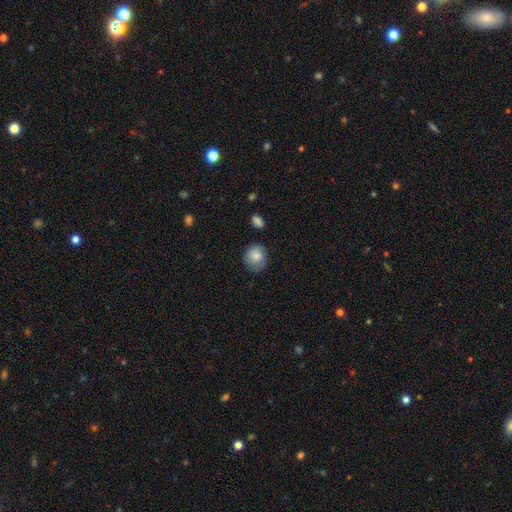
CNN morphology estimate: Smooth or featured?
  - smooth: 84% *
  - star or artifact: 8%
  - featured or disk: 8%
How rounded?
  - round: 75% *
  - in between: 24%
  - cigar-shaped: 1%
Merging?
  - none: 73% *
  - minor disturbance: 21%
  - major disturbance: 4%
  - merger: 2%